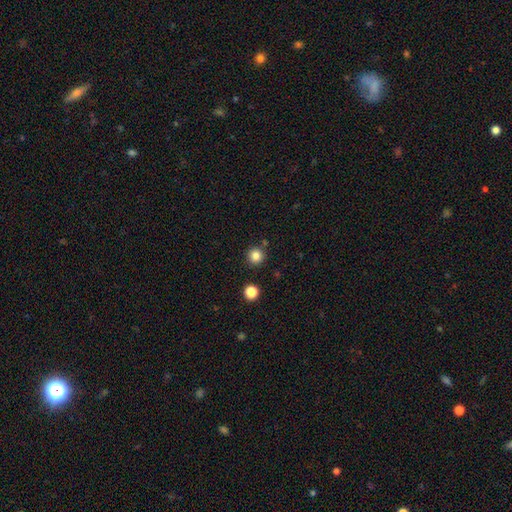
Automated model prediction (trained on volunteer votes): smooth-or-featured: smooth: 83% | star or artifact: 12% | featured or disk: 5%
  how-rounded: round: 95% | in between: 4% | cigar-shaped: 1%
  merging: none: 88% | minor disturbance: 6% | merger: 4% | major disturbance: 2%